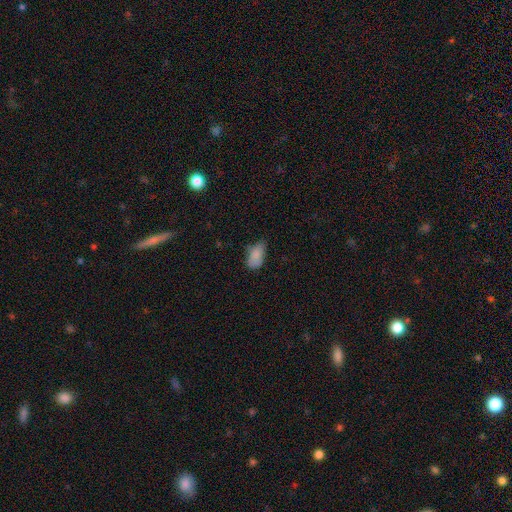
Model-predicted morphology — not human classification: smooth_or_featured: smooth (p=0.81) [alt: featured or disk p=0.10]
how_rounded: in between (p=0.91) [alt: round p=0.05]
merging: none (p=0.46) [alt: minor disturbance p=0.39]